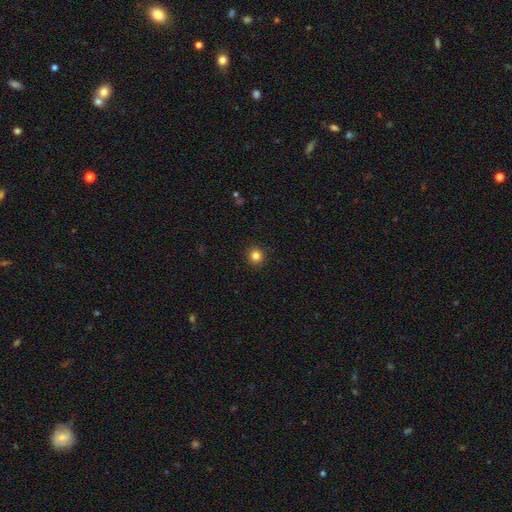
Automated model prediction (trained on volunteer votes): Smooth or featured: smooth — 83% (star or artifact — 12%)
How rounded: round — 92% (in between — 7%)
Merging: none — 92% (minor disturbance — 5%)